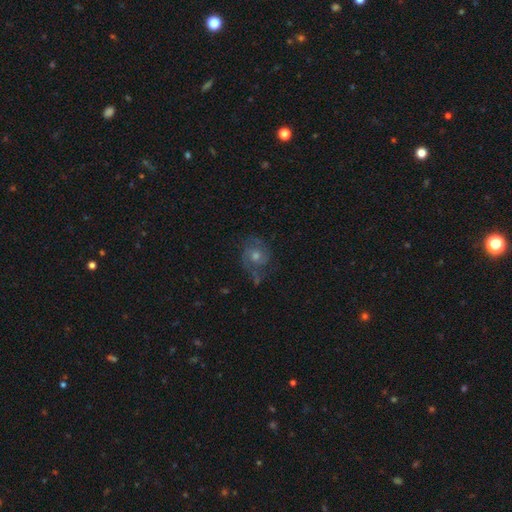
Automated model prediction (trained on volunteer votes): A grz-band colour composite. It shows a featured or disk galaxy (68%) with no bar (73%), 2 (64%) medium (46%) spiral arms (90%) and a moderate central bulge (62%). Merging: none (67%).